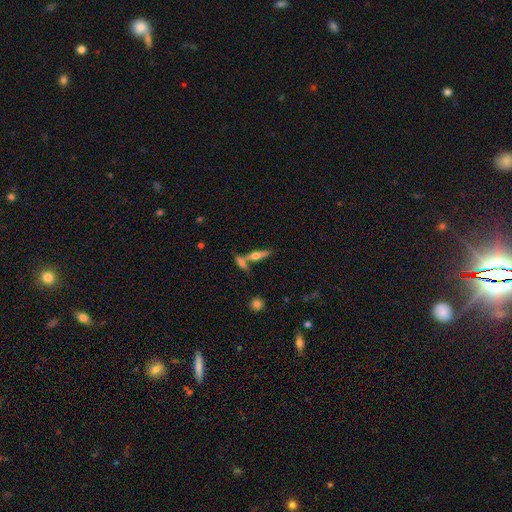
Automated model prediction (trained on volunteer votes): A featured or disk galaxy (56%) viewed edge-on (93%) with a rounded central bulge (92%).

Vote fractions:
- Smooth or featured? featured or disk: 56% / smooth: 35% / star or artifact: 8%
- Edge-on disk? yes: 93% / no: 7%
- Edge-on bulge? rounded: 92% / boxy: 5% / none: 4%
- Merging? none: 58% / merger: 29% / minor disturbance: 9% / major disturbance: 3%